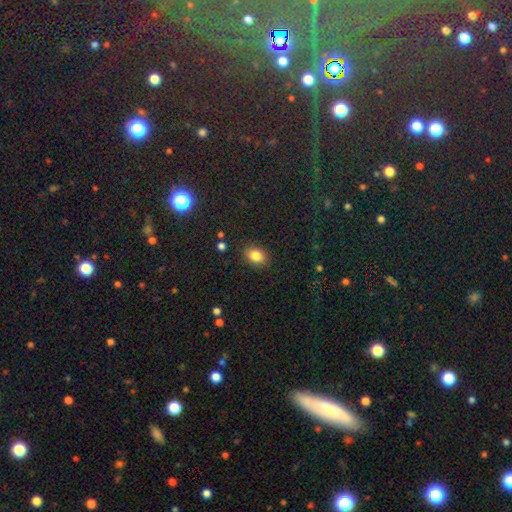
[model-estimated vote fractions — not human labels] This appears to be a smooth galaxy with no disk features (83%) that is in between round and cigar-shaped (65%). Merging: none (87%).